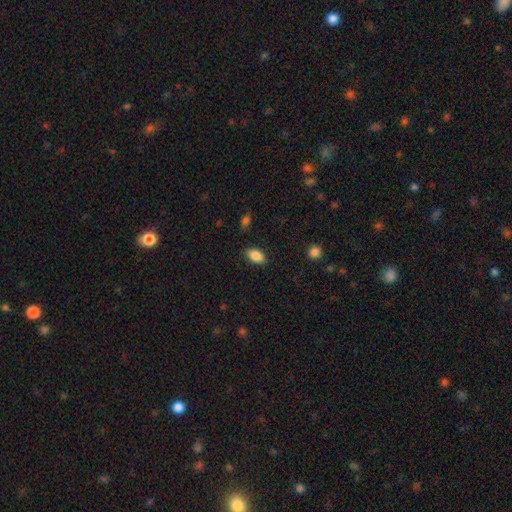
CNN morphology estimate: Smooth or featured? Predicted: smooth (p=0.87). How rounded? Predicted: in between (p=0.90). Merging? Predicted: none (p=0.83).